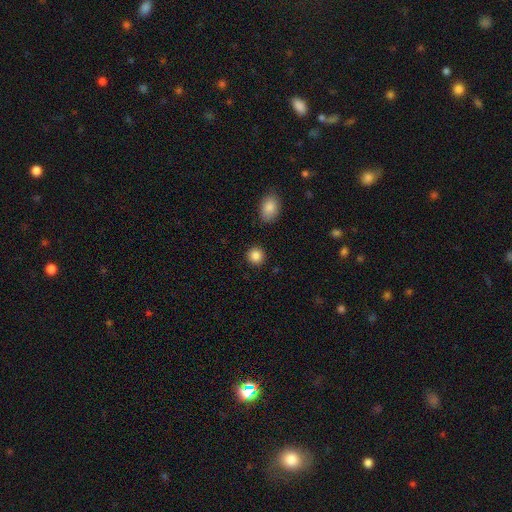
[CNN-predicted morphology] This is clearly a smooth galaxy (86%). How rounded: clearly round (91%). Merging: clearly none (90%).